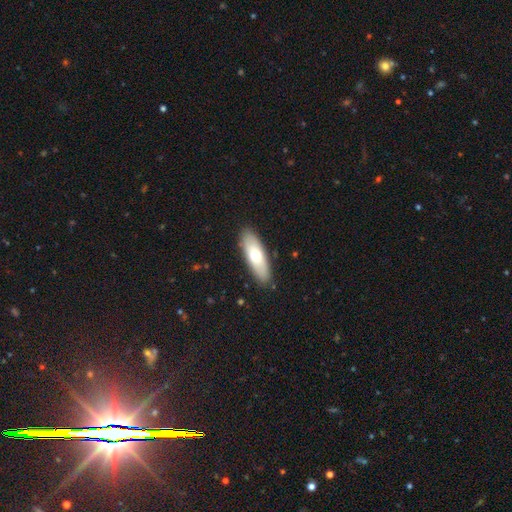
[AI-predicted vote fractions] Q: Smooth or featured?
A: smooth (69%); runner-up: featured or disk (25%)
Q: How rounded?
A: in between (57%); runner-up: cigar-shaped (41%)
Q: Merging?
A: none (87%); runner-up: minor disturbance (9%)